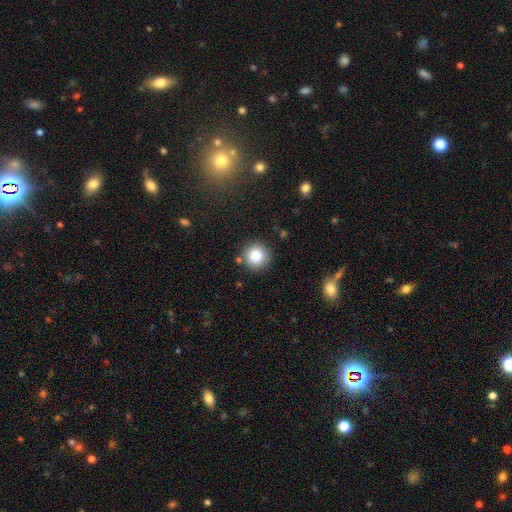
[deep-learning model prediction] A smooth galaxy with no disk features (83%) that is round (94%). Merging: none (86%).